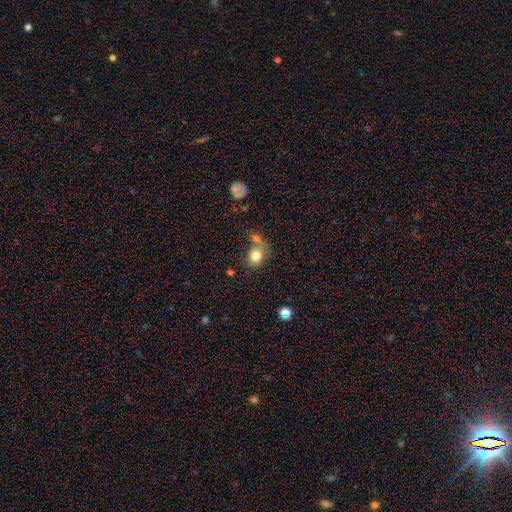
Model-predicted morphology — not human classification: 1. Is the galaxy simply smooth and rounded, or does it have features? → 78% smooth, 11% featured or disk, 10% star or artifact.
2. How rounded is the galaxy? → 63% round, 35% in between, 1% cigar-shaped.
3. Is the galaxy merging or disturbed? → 48% none, 28% merger, 16% minor disturbance, 8% major disturbance.